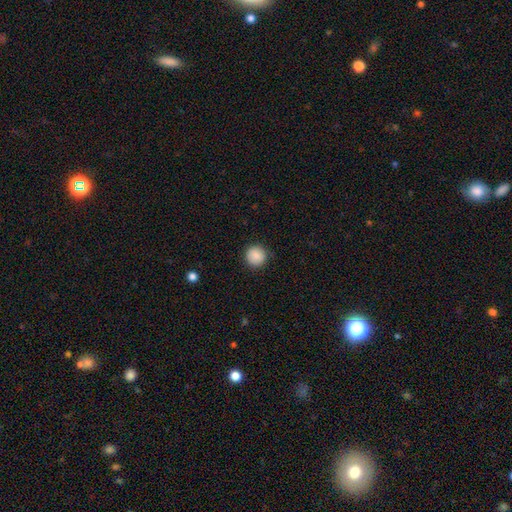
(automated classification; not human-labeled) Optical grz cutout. It shows a smooth galaxy with no disk features (89%) that is round (94%). Merging: none (89%).